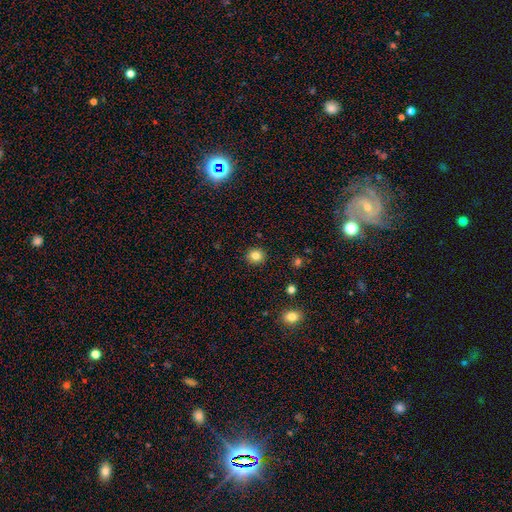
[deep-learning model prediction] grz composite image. It shows a smooth galaxy with no disk features (82%) that is round (86%). Merging: none (91%).